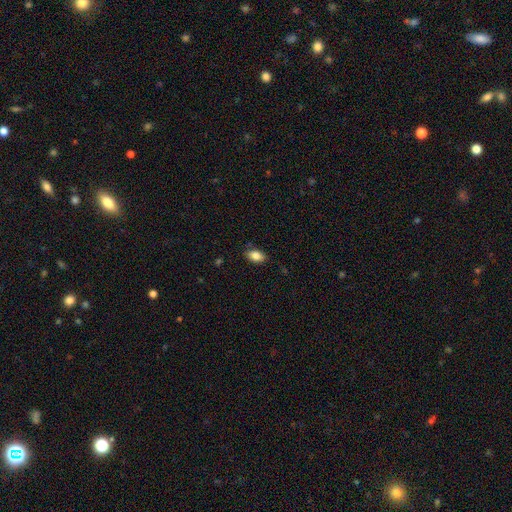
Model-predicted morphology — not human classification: This appears to be a smooth galaxy with no disk features (85%) that is in between round and cigar-shaped (90%). Merging: none (84%).